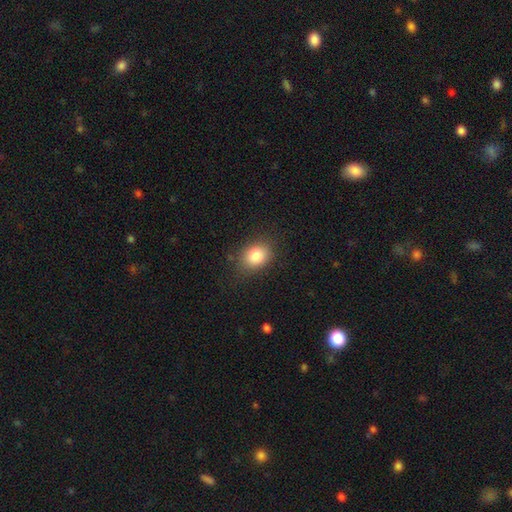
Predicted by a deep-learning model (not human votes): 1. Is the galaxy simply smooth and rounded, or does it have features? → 83% smooth, 10% star or artifact, 7% featured or disk.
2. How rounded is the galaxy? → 56% in between, 43% round, 1% cigar-shaped.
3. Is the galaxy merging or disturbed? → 82% none, 13% minor disturbance, 4% major disturbance, 1% merger.